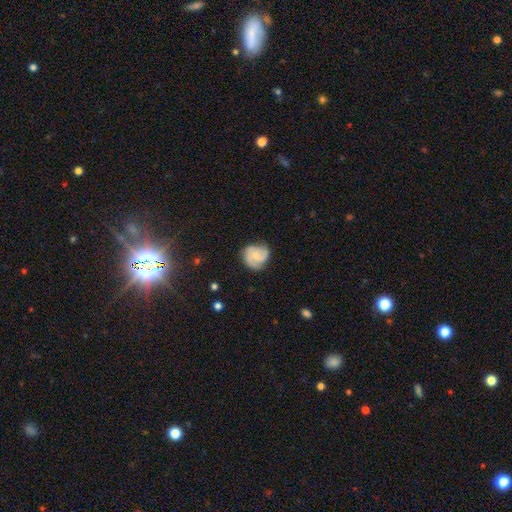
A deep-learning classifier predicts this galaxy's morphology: Smooth or featured: featured or disk — 64% (smooth — 29%)
Edge-on disk: no — 98% (yes — 2%)
Bar: no — 66% (weak — 30%)
Spiral arms: yes — 94% (no — 6%)
Spiral winding: tight — 45% (medium — 42%)
Spiral arm count: 2 — 41% (3 — 36%)
Bulge size: small — 56% (moderate — 30%)
Merging: none — 71% (minor disturbance — 22%)